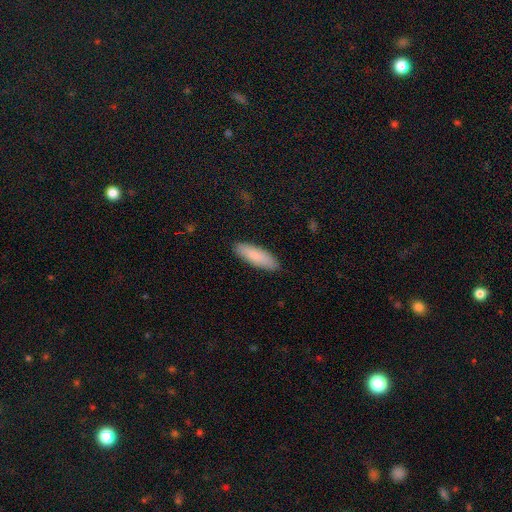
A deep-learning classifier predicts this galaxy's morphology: smooth_or_featured: smooth (p=0.88) [alt: featured or disk p=0.07]
how_rounded: in between (p=0.50) [alt: cigar-shaped p=0.49]
merging: none (p=0.89) [alt: minor disturbance p=0.08]